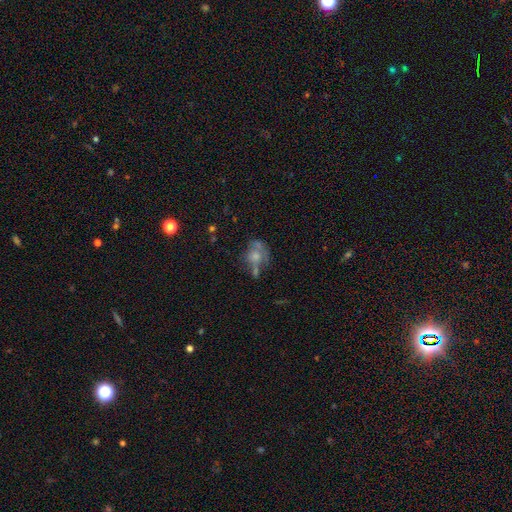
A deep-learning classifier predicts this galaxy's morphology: Smooth or featured: smooth — 52% (featured or disk — 35%)
How rounded: round — 54% (in between — 44%)
Merging: none — 35% (merger — 23%)